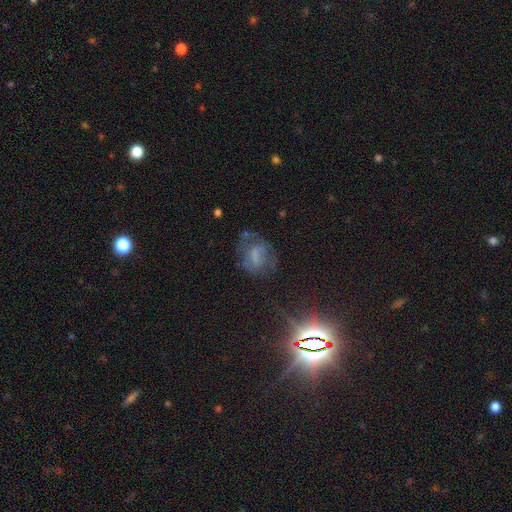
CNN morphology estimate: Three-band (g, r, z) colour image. It shows a smooth galaxy with no disk features (43%). Merging: none (49%).